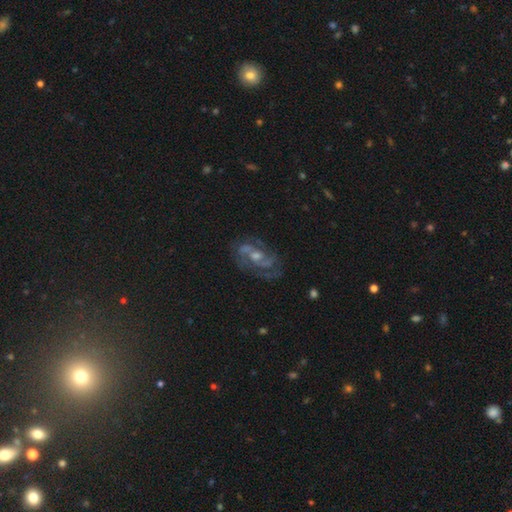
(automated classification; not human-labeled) This is likely a featured or disk galaxy (79%). It is clearly not viewed edge-on (96%). Bar: marginally no (43%, tied with weak). Spiral arm pattern: clearly yes (92%). Spiral arm count: possibly 2 (53%). Spiral winding: possibly medium (50%). Central bulge: possibly moderate (52%). Merging: likely none (70%).